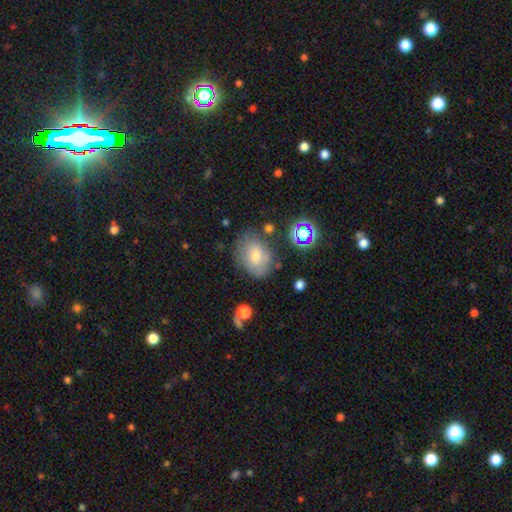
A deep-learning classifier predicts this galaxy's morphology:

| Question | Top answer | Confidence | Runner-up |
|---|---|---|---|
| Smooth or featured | smooth | 65% | featured or disk (23%) |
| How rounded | in between | 59% | round (40%) |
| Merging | none | 63% | minor disturbance (22%) |